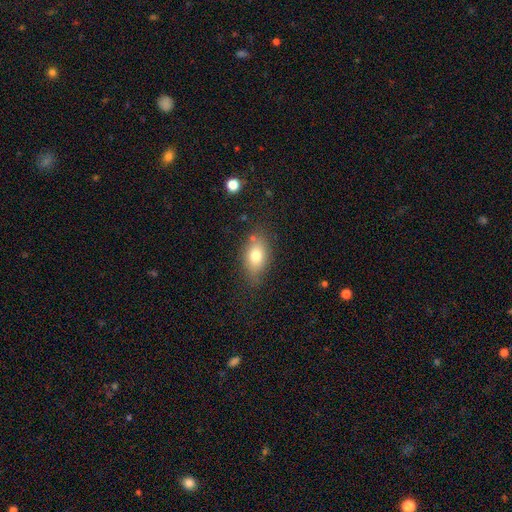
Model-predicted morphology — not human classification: This is likely a smooth galaxy (75%). How rounded: clearly in between (82%). Merging: likely none (73%).